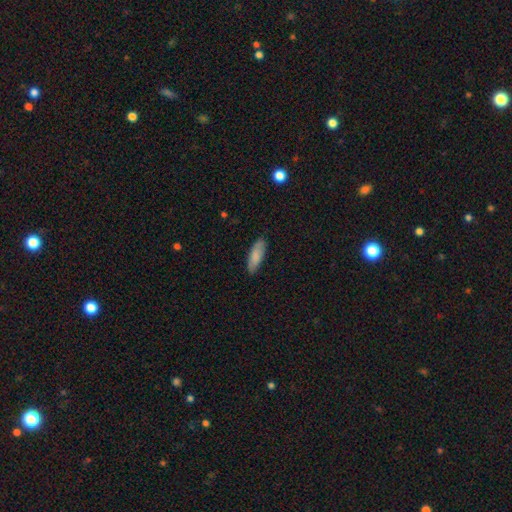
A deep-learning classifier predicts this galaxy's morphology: The model was most divided on "how rounded": in between: 61%, cigar-shaped: 38%, round: 2%. More confident: merging — none (85%); smooth or featured — smooth (84%).